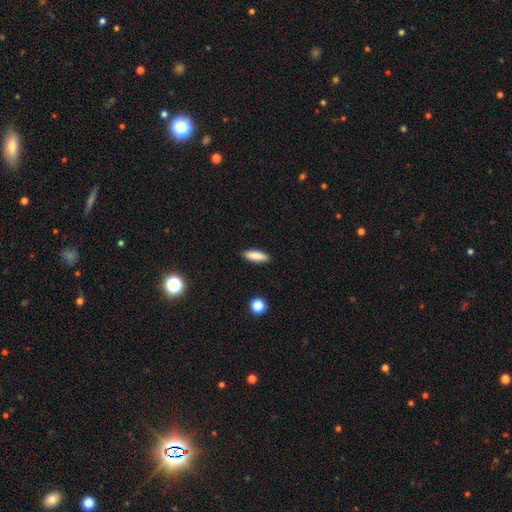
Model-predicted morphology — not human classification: smooth 86%, star or artifact 7%, featured or disk 7%. Down the decision tree: how rounded — in between (54%); merging — none (89%).